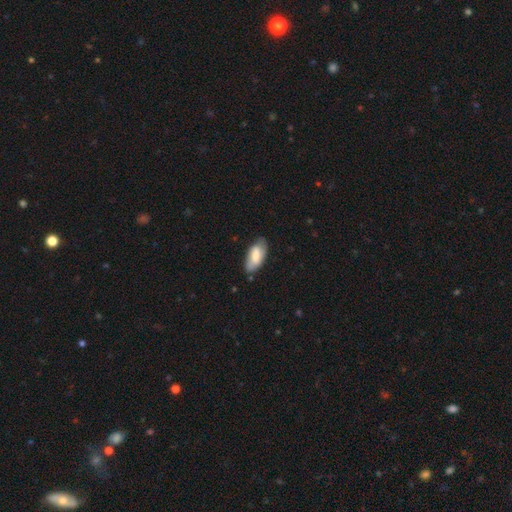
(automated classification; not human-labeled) Smooth or featured?
  - smooth: 71% *
  - featured or disk: 23%
  - star or artifact: 6%
How rounded?
  - in between: 89% *
  - cigar-shaped: 9%
  - round: 2%
Merging?
  - none: 69% *
  - minor disturbance: 24%
  - major disturbance: 5%
  - merger: 2%